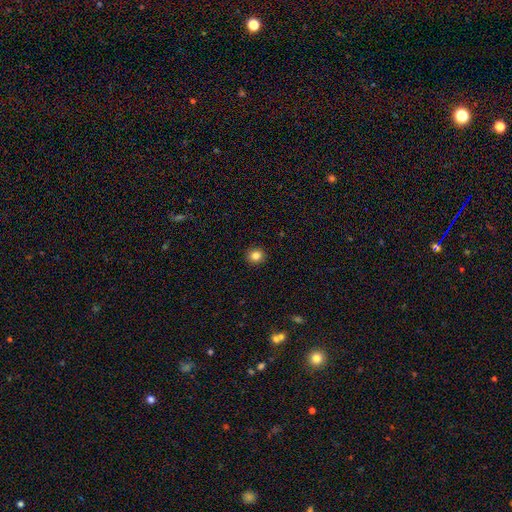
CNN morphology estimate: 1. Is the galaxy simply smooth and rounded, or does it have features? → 84% smooth, 11% star or artifact, 5% featured or disk.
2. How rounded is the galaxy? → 85% round, 14% in between, 1% cigar-shaped.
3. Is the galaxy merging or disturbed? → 92% none, 5% minor disturbance, 2% major disturbance, 1% merger.